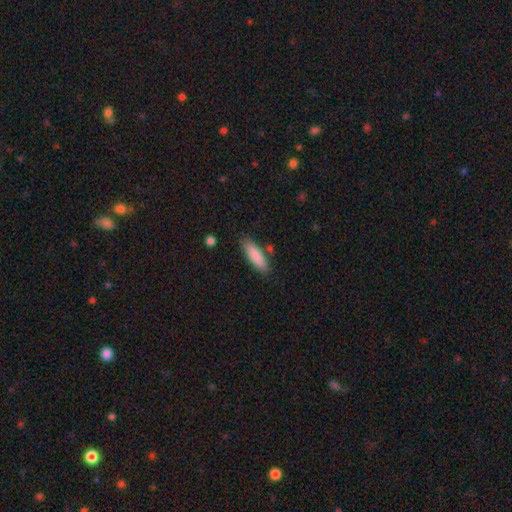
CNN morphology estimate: Smooth or featured?
  - smooth: 84% *
  - featured or disk: 10%
  - star or artifact: 6%
How rounded?
  - cigar-shaped: 57% *
  - in between: 42%
  - round: 2%
Merging?
  - none: 82% *
  - minor disturbance: 12%
  - merger: 4%
  - major disturbance: 2%